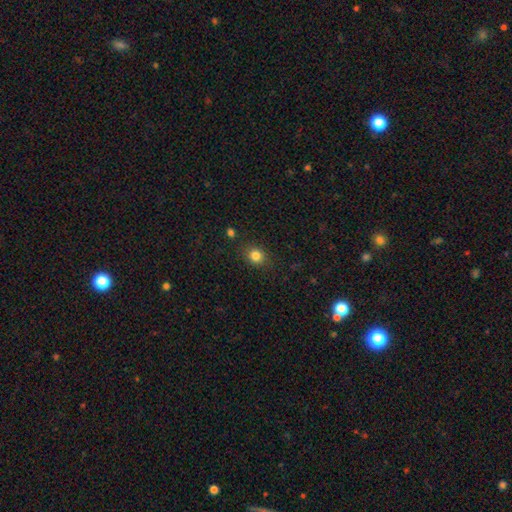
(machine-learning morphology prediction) This is clearly a smooth galaxy (83%). How rounded: likely round (75%). Merging: clearly none (86%).